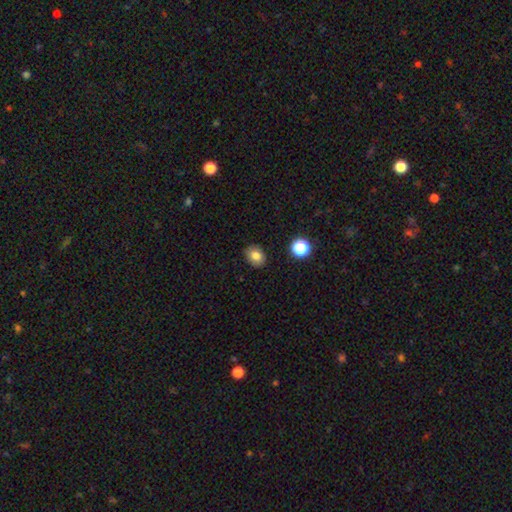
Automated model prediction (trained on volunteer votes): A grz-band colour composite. It shows a smooth galaxy with no disk features (80%) that is round (52%). Merging: none (88%).